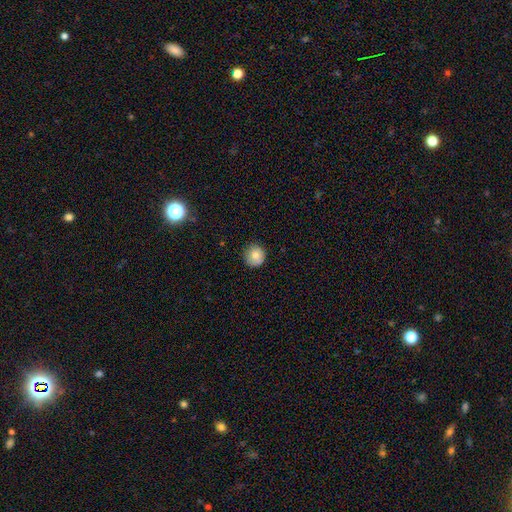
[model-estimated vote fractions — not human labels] Smooth or featured? Predicted: smooth (p=0.82). How rounded? Predicted: round (p=0.92). Merging? Predicted: none (p=0.82).